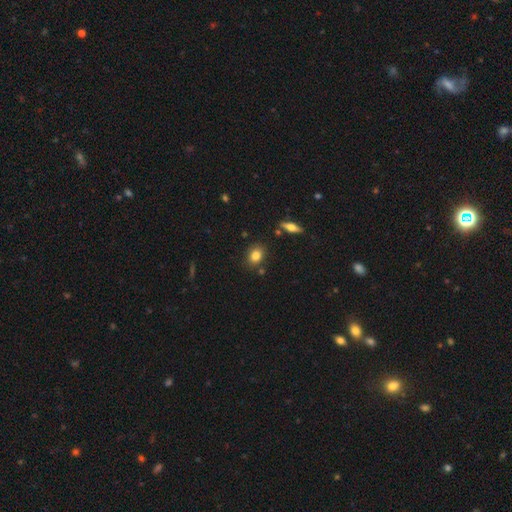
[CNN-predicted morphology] Q: Smooth or featured?
A: smooth (81%); runner-up: star or artifact (10%)
Q: How rounded?
A: in between (51%); runner-up: round (47%)
Q: Merging?
A: none (82%); runner-up: minor disturbance (10%)